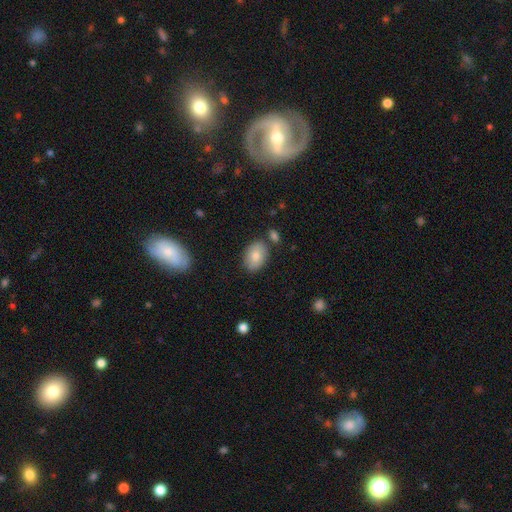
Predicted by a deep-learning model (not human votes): smooth-or-featured: smooth: 80% | featured or disk: 13% | star or artifact: 7%
  how-rounded: in between: 85% | round: 14% | cigar-shaped: 1%
  merging: none: 78% | minor disturbance: 13% | merger: 6% | major disturbance: 3%